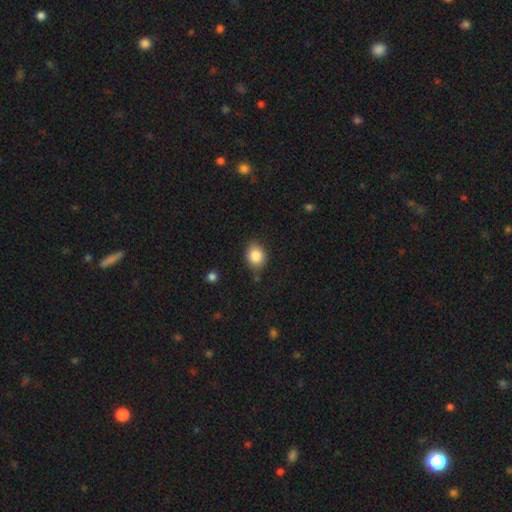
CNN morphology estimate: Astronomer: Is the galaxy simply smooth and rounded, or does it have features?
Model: smooth — 85%.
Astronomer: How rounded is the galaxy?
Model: round — 55% (runner-up: in between, 44%).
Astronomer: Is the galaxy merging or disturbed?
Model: none — 78%.